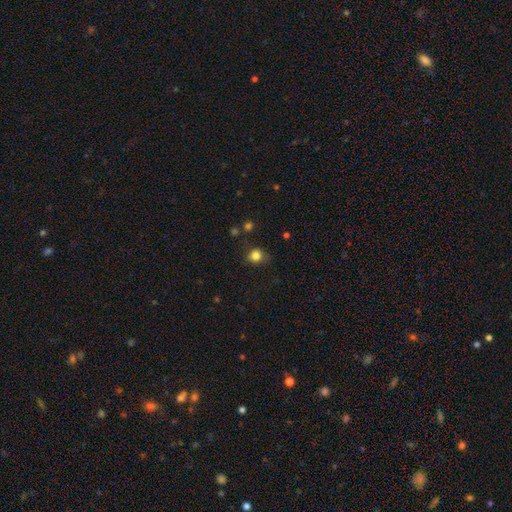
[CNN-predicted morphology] The model was most divided on "merging": none: 75%, minor disturbance: 17%, major disturbance: 5%, merger: 2%. More confident: how rounded — round (83%); smooth or featured — smooth (82%).